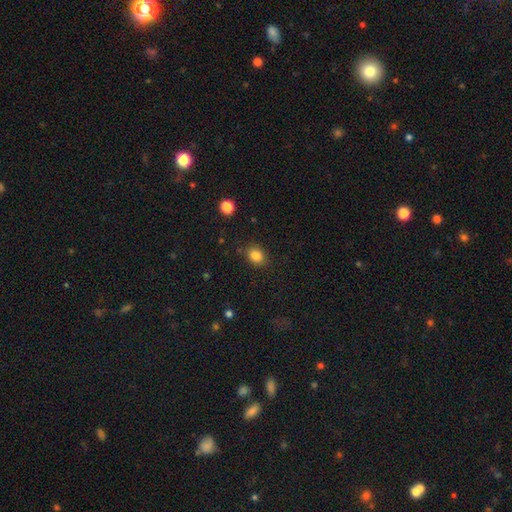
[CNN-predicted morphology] Smooth or featured? smooth (85%)
How rounded? in between (53%)
Merging? none (83%)